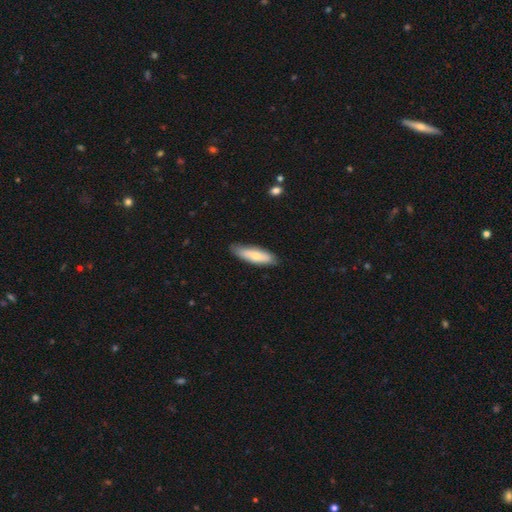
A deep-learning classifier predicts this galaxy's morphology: smooth_or_featured: smooth (p=0.71) [alt: featured or disk p=0.24]
how_rounded: cigar-shaped (p=0.53) [alt: in between p=0.45]
merging: none (p=0.80) [alt: minor disturbance p=0.16]